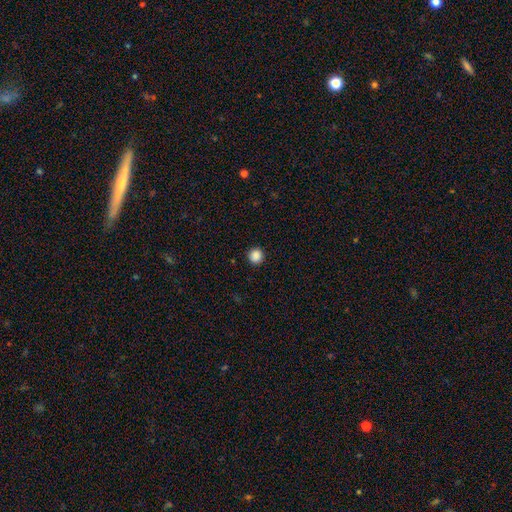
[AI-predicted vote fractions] Smooth or featured? Predicted: smooth (p=0.87). How rounded? Predicted: round (p=0.94). Merging? Predicted: none (p=0.92).